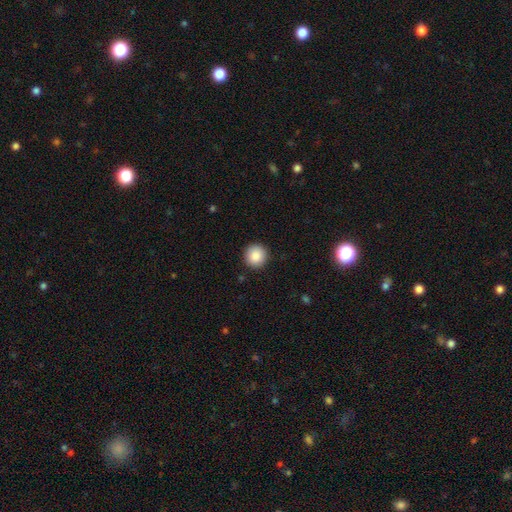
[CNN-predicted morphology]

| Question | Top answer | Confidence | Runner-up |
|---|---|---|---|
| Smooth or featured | smooth | 88% | star or artifact (8%) |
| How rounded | round | 94% | in between (5%) |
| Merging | none | 92% | minor disturbance (5%) |